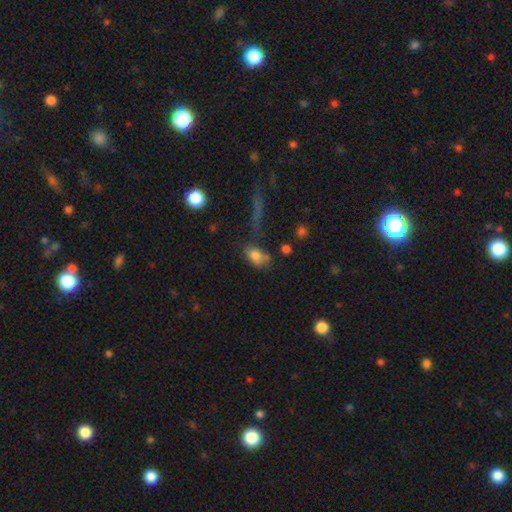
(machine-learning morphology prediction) This appears to be a smooth galaxy with no disk features (78%) that is in between round and cigar-shaped (85%). Merging: none (49%).